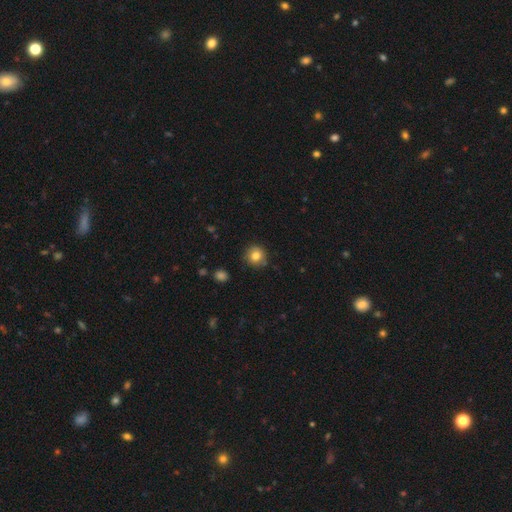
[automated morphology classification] Q: Smooth or featured?
A: smooth (81%); runner-up: star or artifact (10%)
Q: How rounded?
A: round (93%); runner-up: in between (6%)
Q: Merging?
A: none (85%); runner-up: minor disturbance (11%)